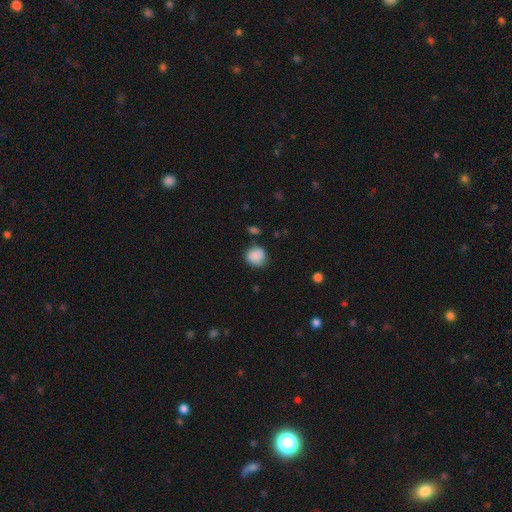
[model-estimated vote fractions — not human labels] Q: Smooth or featured?
A: smooth (82%); runner-up: featured or disk (10%)
Q: How rounded?
A: round (79%); runner-up: in between (20%)
Q: Merging?
A: none (64%); runner-up: minor disturbance (26%)